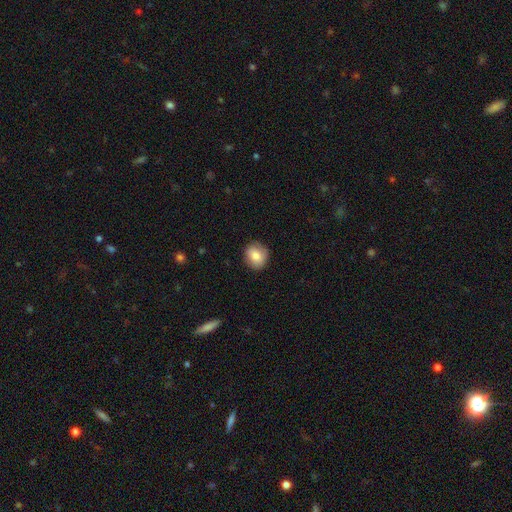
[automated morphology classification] Smooth or featured? Predicted: smooth (p=0.79). How rounded? Predicted: round (p=0.77). Merging? Predicted: none (p=0.82).